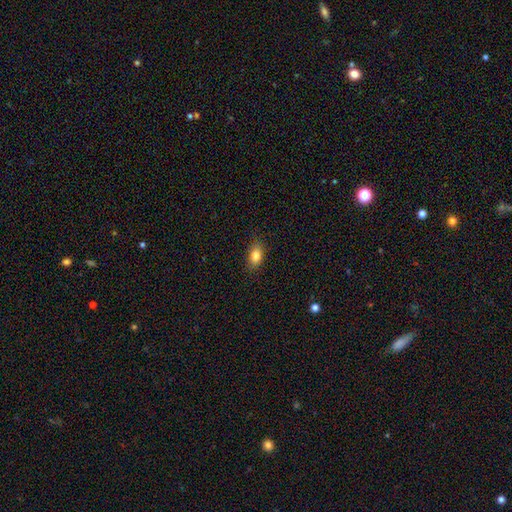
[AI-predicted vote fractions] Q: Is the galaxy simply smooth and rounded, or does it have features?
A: smooth — 84%.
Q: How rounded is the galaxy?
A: in between — 86%.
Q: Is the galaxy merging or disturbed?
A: none — 85%.